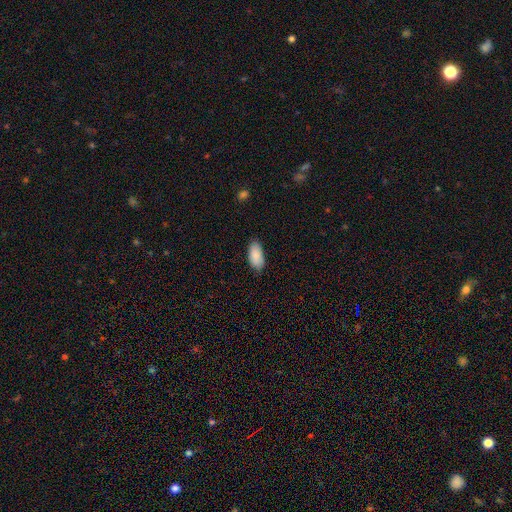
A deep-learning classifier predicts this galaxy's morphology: A smooth galaxy with no disk features (89%) that is in between round and cigar-shaped (94%).

Vote fractions:
- Smooth or featured? smooth: 89% / star or artifact: 6% / featured or disk: 5%
- How rounded? in between: 94% / cigar-shaped: 4% / round: 2%
- Merging? none: 83% / minor disturbance: 14% / major disturbance: 2% / merger: 1%